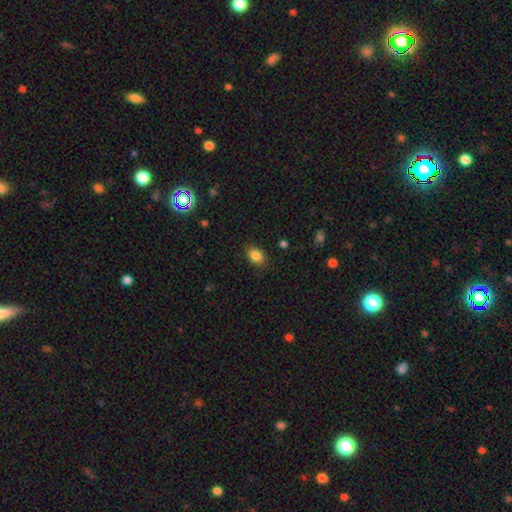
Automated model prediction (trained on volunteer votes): Smooth or featured?
  - smooth: 85% *
  - star or artifact: 10%
  - featured or disk: 5%
How rounded?
  - in between: 81% *
  - round: 18%
  - cigar-shaped: 1%
Merging?
  - none: 86% *
  - minor disturbance: 10%
  - major disturbance: 3%
  - merger: 1%